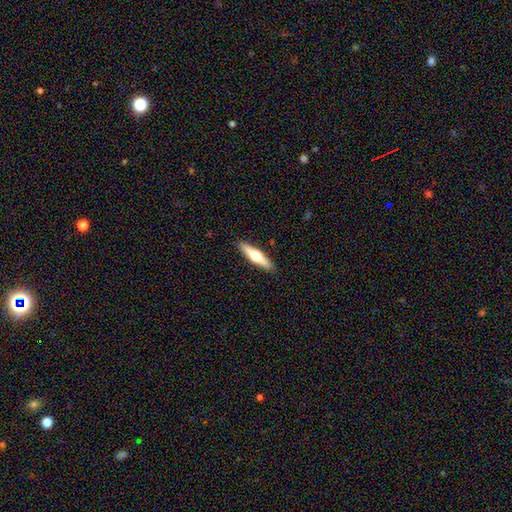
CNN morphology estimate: A featured or disk galaxy (52%) viewed edge-on (94%). Merging: none (91%).